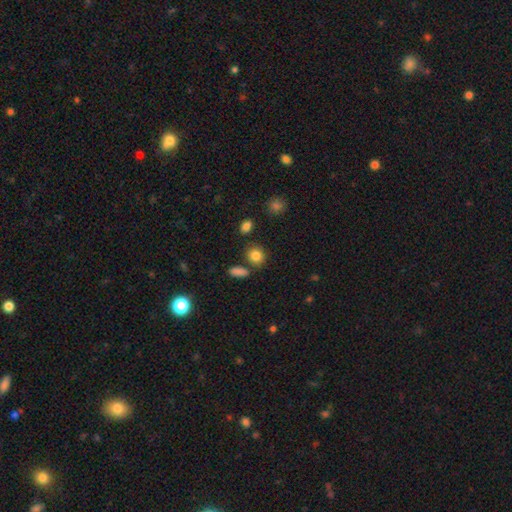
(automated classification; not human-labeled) A smooth galaxy with no disk features (84%) that is round (68%). Merging: none (77%).